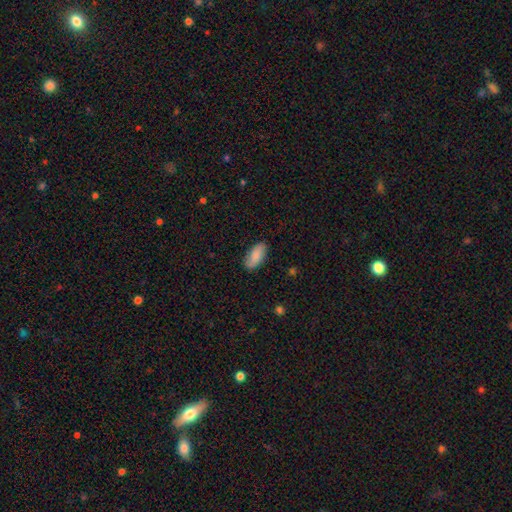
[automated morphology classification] A smooth galaxy with no disk features (80%) that is in between round and cigar-shaped (90%).

Vote fractions:
- Smooth or featured? smooth: 80% / featured or disk: 14% / star or artifact: 6%
- How rounded? in between: 90% / cigar-shaped: 8% / round: 2%
- Merging? none: 82% / minor disturbance: 14% / major disturbance: 3% / merger: 1%